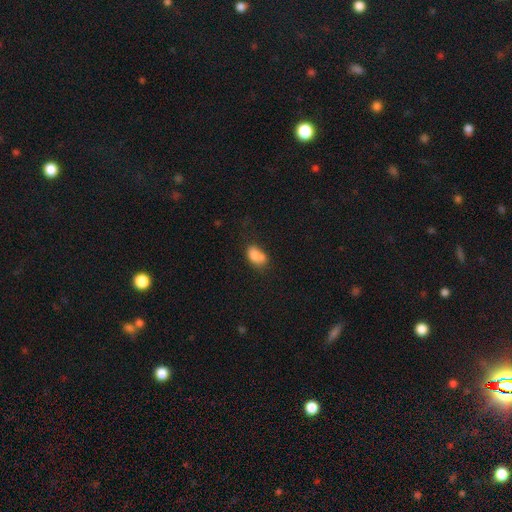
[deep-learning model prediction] The model was most divided on "merging": none: 39%, merger: 28%, minor disturbance: 24%, major disturbance: 10%. More confident: how rounded — in between (84%); smooth or featured — smooth (77%).